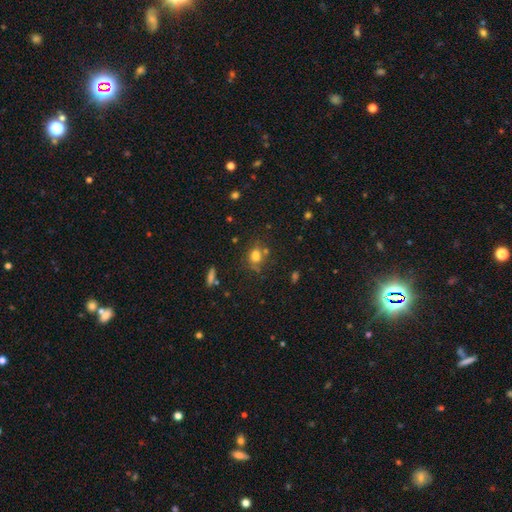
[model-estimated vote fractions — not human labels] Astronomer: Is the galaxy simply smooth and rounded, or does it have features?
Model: smooth — 70%.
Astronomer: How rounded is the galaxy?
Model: round — 56% (runner-up: in between, 42%).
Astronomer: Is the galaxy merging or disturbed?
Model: none — 60%.